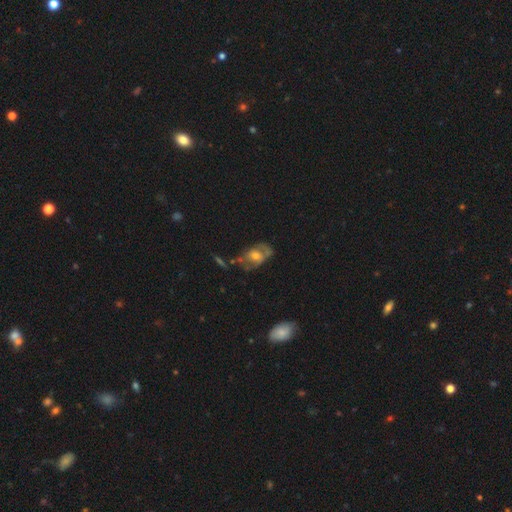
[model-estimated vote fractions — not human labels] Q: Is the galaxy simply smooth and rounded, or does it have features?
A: featured or disk — 55%.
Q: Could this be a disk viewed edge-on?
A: no — 92%.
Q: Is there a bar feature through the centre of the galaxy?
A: no — 72%.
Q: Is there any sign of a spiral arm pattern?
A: no — 56%.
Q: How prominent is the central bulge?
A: moderate — 60%.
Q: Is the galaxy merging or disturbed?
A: none — 46%.